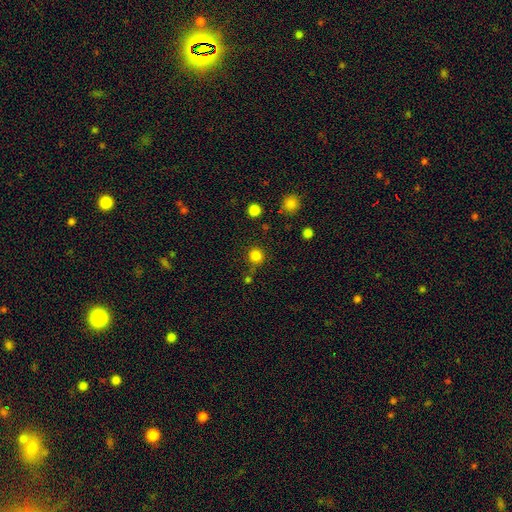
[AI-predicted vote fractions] This is clearly a smooth galaxy (82%). How rounded: clearly round (94%). Merging: likely none (80%).